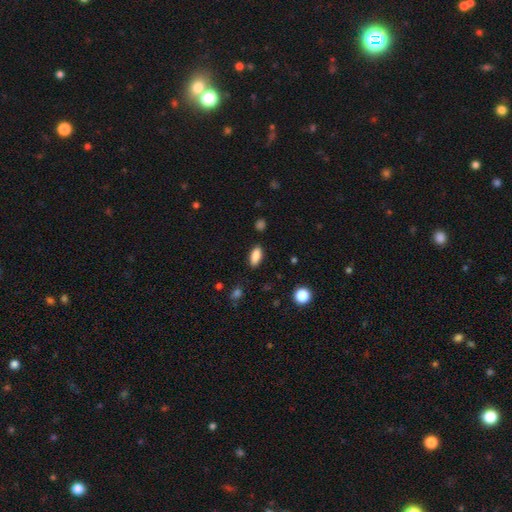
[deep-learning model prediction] smooth_or_featured: smooth (p=0.87) [alt: star or artifact p=0.08]
how_rounded: in between (p=0.85) [alt: cigar-shaped p=0.12]
merging: none (p=0.86) [alt: minor disturbance p=0.10]